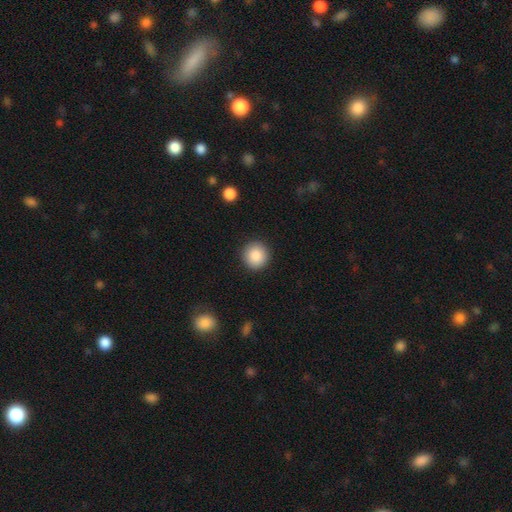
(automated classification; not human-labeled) Morphology: type=smooth (88%); roundness=round (94%); merging=none (92%).